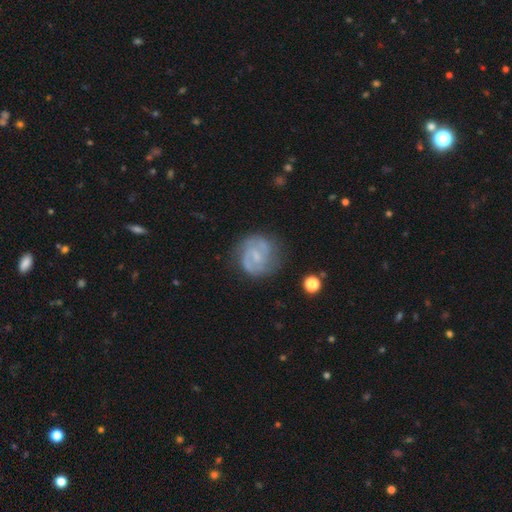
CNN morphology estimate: A featured or disk galaxy (76%) with a weak bar (51%), 2 (70%) medium (45%) spiral arms (93%) and a small central bulge (53%).

Vote fractions:
- Smooth or featured? featured or disk: 76% / smooth: 18% / star or artifact: 7%
- Edge-on disk? no: 98% / yes: 2%
- Bar? weak: 51% / no: 39% / strong: 10%
- Spiral arms? yes: 93% / no: 7%
- Spiral winding? medium: 45% / tight: 41% / loose: 14%
- Spiral arm count? 2: 70% / can't tell: 14% / 3: 8% / 1: 4% / 4: 2% / more than 4: 2%
- Bulge size? small: 53% / none: 25% / moderate: 20% / large: 1% / dominant: 1%
- Merging? none: 72% / minor disturbance: 18% / major disturbance: 8% / merger: 2%